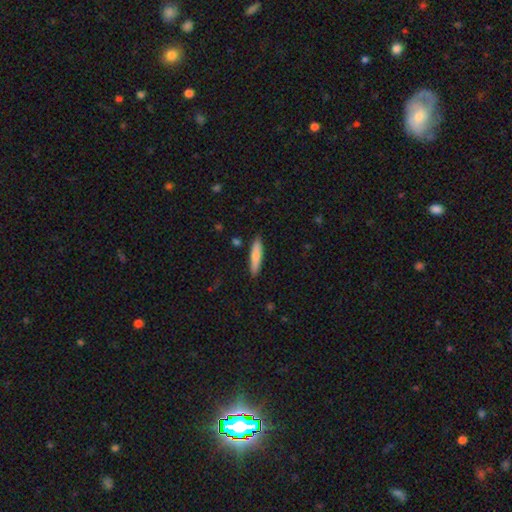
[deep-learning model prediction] Smooth or featured? Predicted: smooth (p=0.76). How rounded? Predicted: cigar-shaped (p=0.82). Merging? Predicted: none (p=0.87).